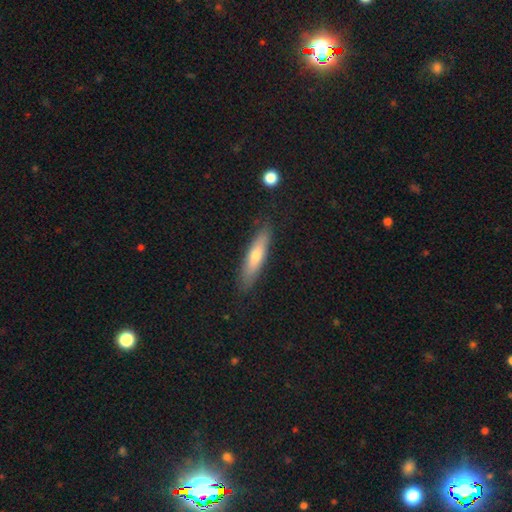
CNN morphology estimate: This appears to be a smooth galaxy with no disk features (57%) that is cigar-shaped (78%). Merging: none (86%).